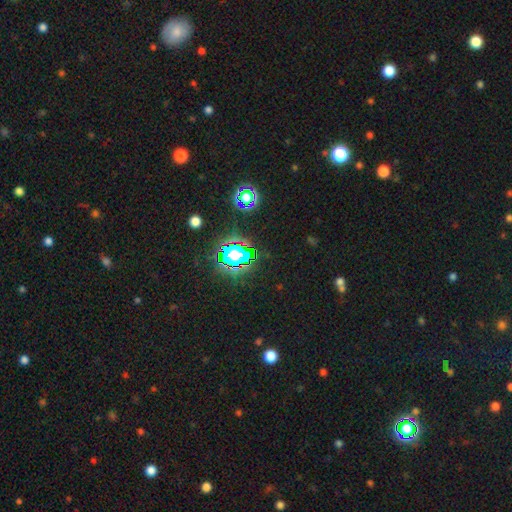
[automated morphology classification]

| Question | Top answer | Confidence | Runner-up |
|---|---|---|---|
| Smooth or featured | star or artifact | 81% | smooth (12%) |